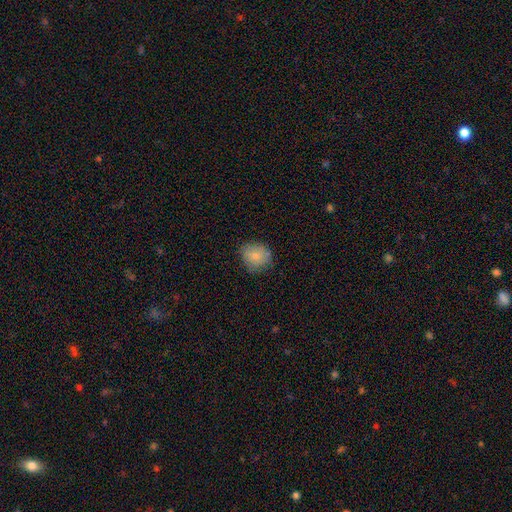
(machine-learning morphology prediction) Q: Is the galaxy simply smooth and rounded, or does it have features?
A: smooth — 81%.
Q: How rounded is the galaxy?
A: round — 72%.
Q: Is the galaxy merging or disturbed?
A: none — 74%.